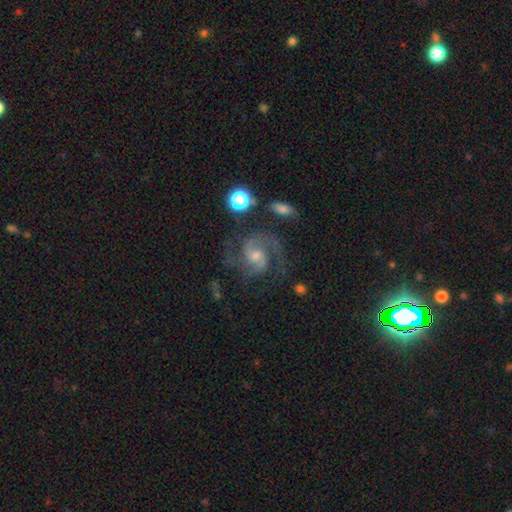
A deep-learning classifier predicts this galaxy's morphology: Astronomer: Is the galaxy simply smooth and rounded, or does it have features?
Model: featured or disk — 87%.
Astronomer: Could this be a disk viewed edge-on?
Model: no — 98%.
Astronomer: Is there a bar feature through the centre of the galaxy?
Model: weak — 45%, tied with no at 45%.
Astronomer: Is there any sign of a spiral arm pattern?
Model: yes — 97%.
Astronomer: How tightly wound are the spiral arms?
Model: medium — 59%.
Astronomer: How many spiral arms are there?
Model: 2 — 80%.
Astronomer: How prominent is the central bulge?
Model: moderate — 47% (runner-up: small, 43%).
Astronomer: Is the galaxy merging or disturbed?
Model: none — 68%.